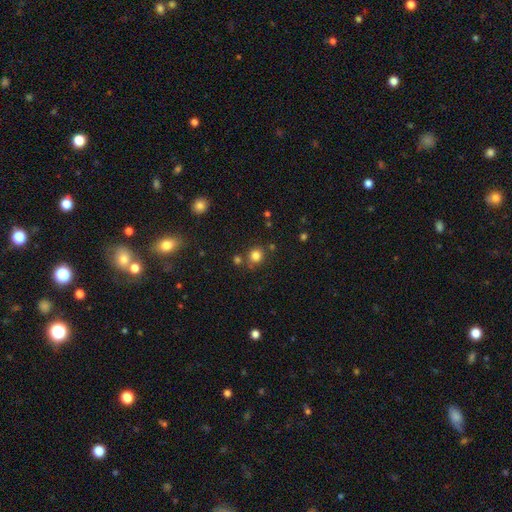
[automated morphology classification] The model was most divided on "smooth or featured": smooth: 81%, star or artifact: 14%, featured or disk: 5%. More confident: how rounded — round (88%); merging — none (77%).